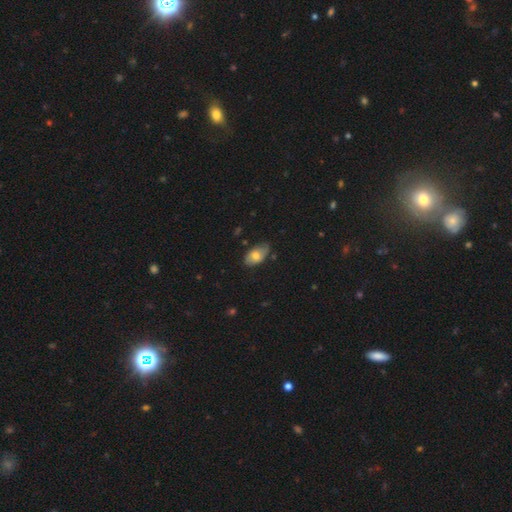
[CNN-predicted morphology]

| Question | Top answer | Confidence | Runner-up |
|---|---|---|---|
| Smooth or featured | smooth | 63% | featured or disk (30%) |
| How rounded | in between | 93% | round (5%) |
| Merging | none | 67% | minor disturbance (27%) |